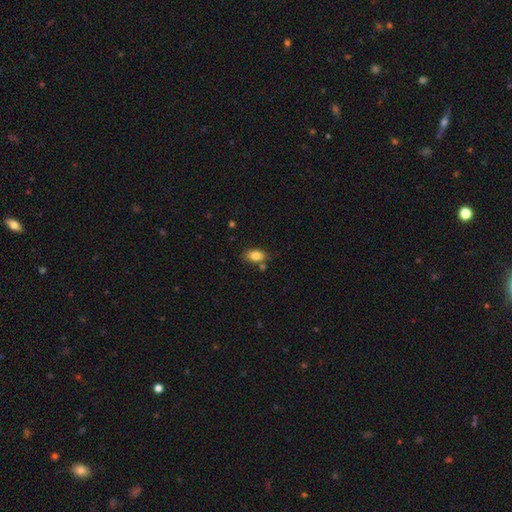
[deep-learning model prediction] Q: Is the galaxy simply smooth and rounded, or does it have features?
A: smooth — 83%.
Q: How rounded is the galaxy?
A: in between — 87%.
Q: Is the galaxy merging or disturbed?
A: none — 72%.